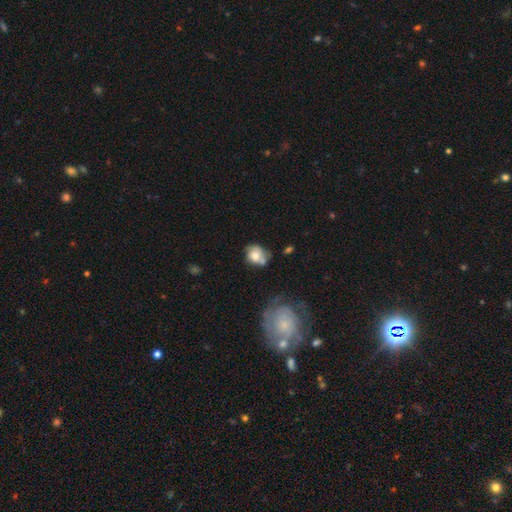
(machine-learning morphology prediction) The model was most divided on "merging": none: 38%, minor disturbance: 28%, merger: 21%, major disturbance: 14%. More confident: smooth or featured — smooth (65%); how rounded — round (57%).